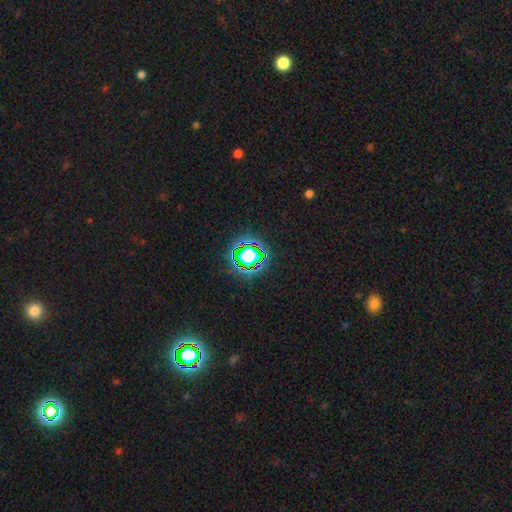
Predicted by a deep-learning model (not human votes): A star or artifact, not a galaxy (76%).

Vote fractions:
- Smooth or featured? star or artifact: 76% / smooth: 15% / featured or disk: 9%